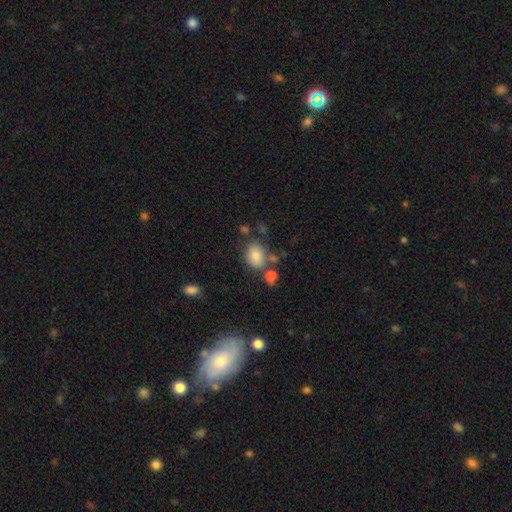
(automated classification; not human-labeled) Morphology: type=smooth (80%); roundness=in between (66%); merging=none (62%).